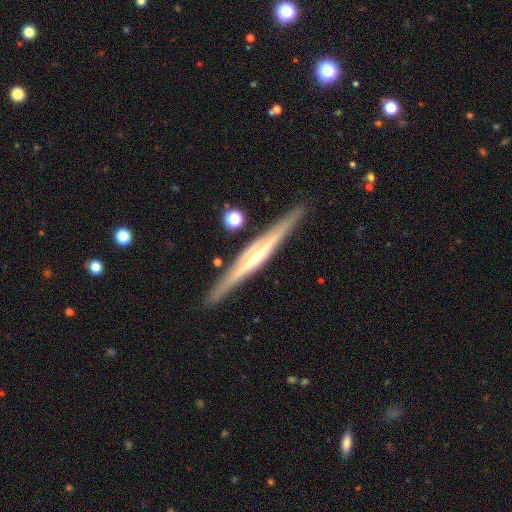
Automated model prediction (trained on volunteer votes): smooth_or_featured: featured or disk (p=0.80) [alt: smooth p=0.14]
disk_edge_on: yes (p=0.98) [alt: no p=0.02]
edge_on_bulge: rounded (p=0.65) [alt: none p=0.22]
merging: none (p=0.89) [alt: minor disturbance p=0.08]